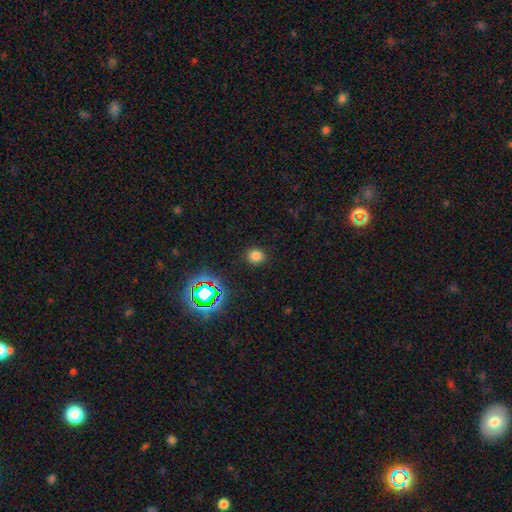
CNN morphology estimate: Q: Smooth or featured?
A: smooth (75%); runner-up: star or artifact (19%)
Q: How rounded?
A: round (80%); runner-up: in between (19%)
Q: Merging?
A: none (89%); runner-up: minor disturbance (7%)